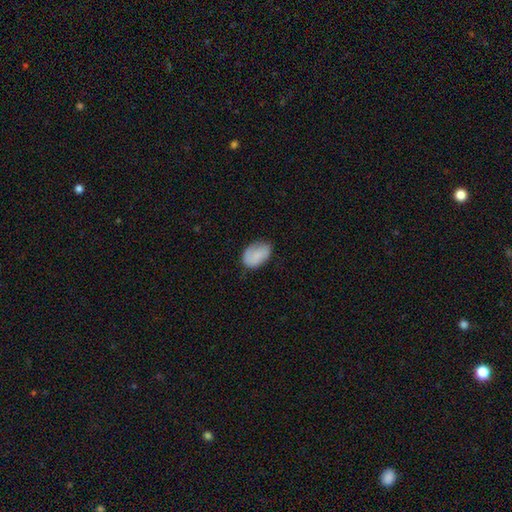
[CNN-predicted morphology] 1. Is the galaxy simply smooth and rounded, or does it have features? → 75% smooth, 18% featured or disk, 7% star or artifact.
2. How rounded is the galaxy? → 87% in between, 11% round, 1% cigar-shaped.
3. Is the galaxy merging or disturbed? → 63% none, 28% minor disturbance, 8% major disturbance, 1% merger.